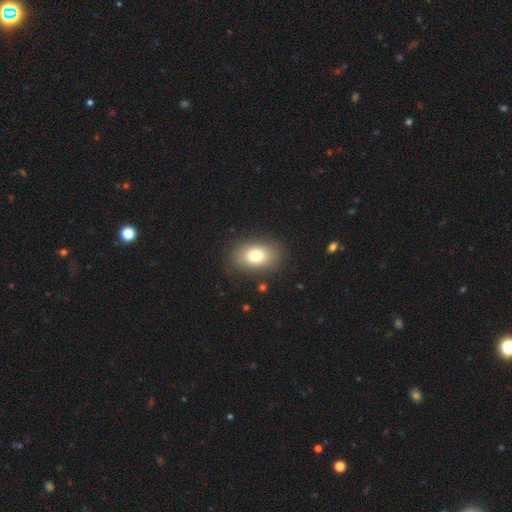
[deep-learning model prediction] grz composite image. It shows a smooth galaxy with no disk features (77%) that is in between round and cigar-shaped (81%). Merging: none (83%).